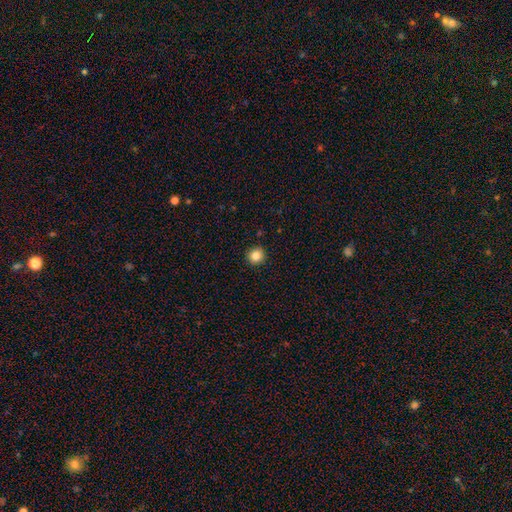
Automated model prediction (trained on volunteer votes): This is clearly a smooth galaxy (85%). How rounded: clearly round (91%). Merging: clearly none (92%).